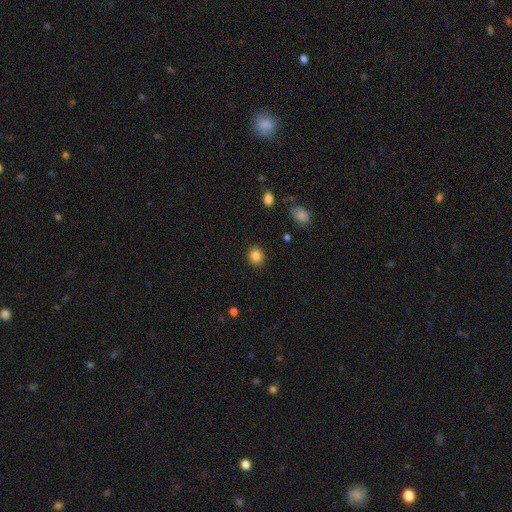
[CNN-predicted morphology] smooth-or-featured: smooth: 85% | star or artifact: 10% | featured or disk: 4%
  how-rounded: round: 79% | in between: 20% | cigar-shaped: 1%
  merging: none: 90% | minor disturbance: 7% | major disturbance: 2% | merger: 1%